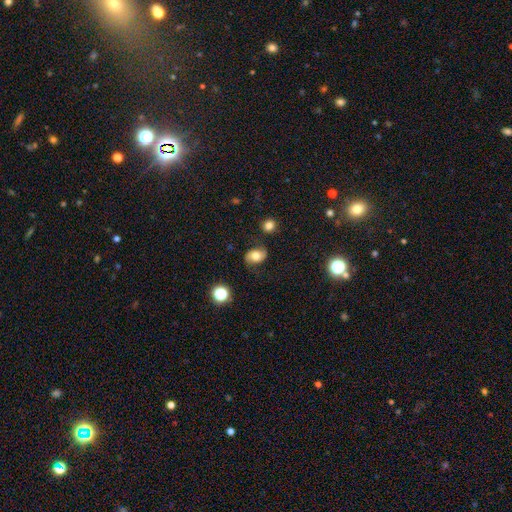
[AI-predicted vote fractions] smooth 59%, featured or disk 30%, star or artifact 11%. Down the decision tree: how rounded — in between (75%); merging — none (73%).